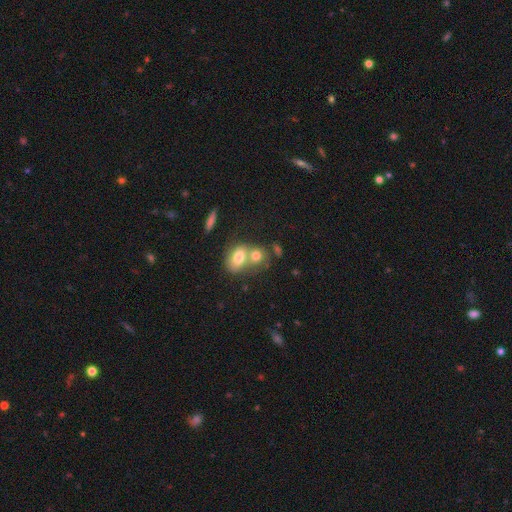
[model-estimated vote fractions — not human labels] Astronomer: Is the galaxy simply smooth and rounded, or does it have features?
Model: smooth — 73%.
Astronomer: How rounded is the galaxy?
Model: in between — 55% (runner-up: round, 42%).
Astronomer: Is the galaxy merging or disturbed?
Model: merger — 64%.